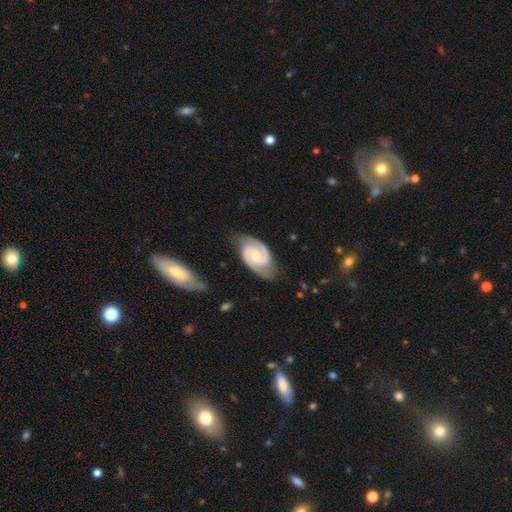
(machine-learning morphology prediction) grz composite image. It shows a featured or disk galaxy (91%) with no bar (46%), 2 (93%) medium (48%) spiral arms (98%) and a small central bulge (50%). Merging: none (77%).